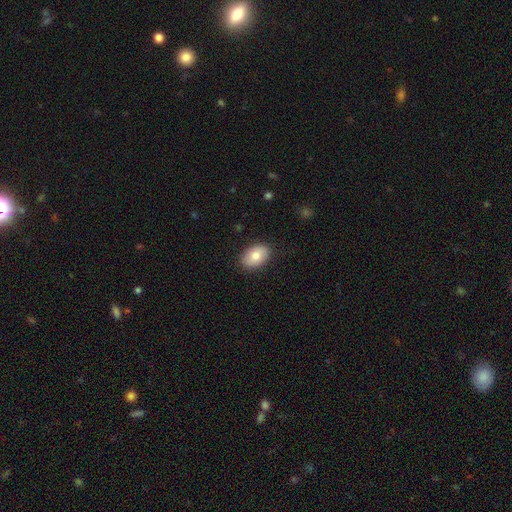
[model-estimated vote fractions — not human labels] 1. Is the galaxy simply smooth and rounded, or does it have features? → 79% smooth, 15% featured or disk, 7% star or artifact.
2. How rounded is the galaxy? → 86% in between, 13% round, 1% cigar-shaped.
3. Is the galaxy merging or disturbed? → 86% none, 10% minor disturbance, 2% major disturbance, 1% merger.